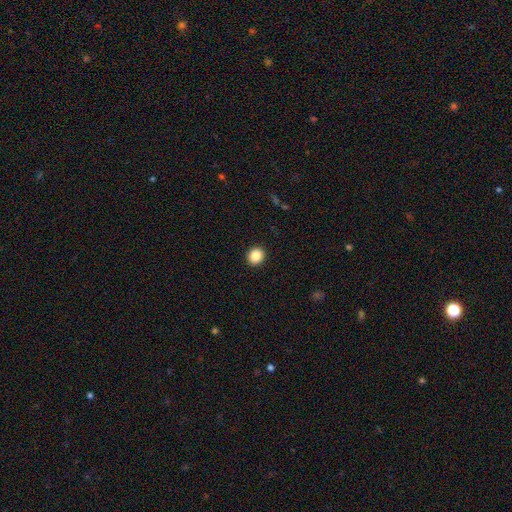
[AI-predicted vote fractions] This appears to be a smooth galaxy with no disk features (87%) that is round (82%). Merging: none (93%).